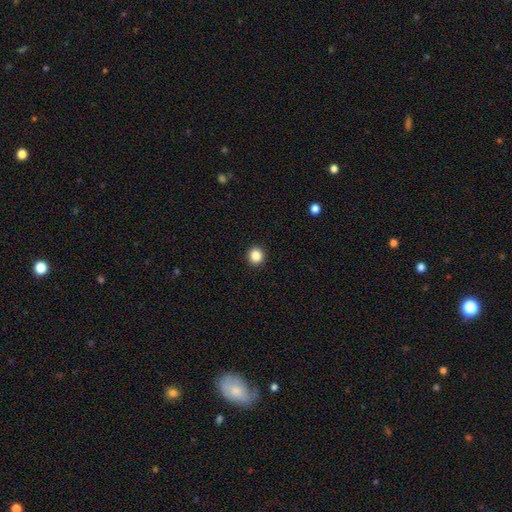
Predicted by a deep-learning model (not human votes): Smooth or featured? smooth (86%)
How rounded? round (91%)
Merging? none (93%)